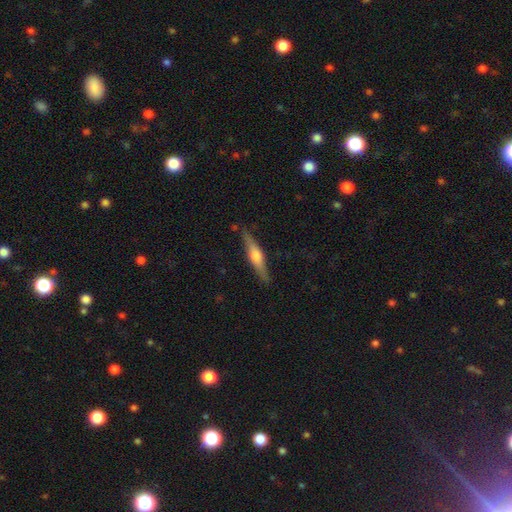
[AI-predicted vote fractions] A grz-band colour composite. It shows a featured or disk galaxy (62%) viewed edge-on (96%) with a rounded central bulge (87%). Merging: none (85%).